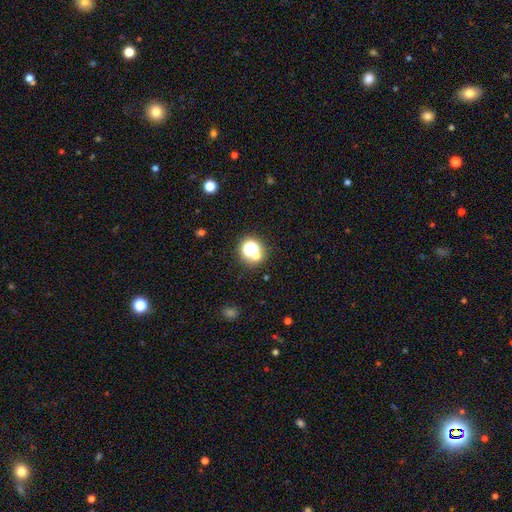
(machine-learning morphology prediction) A smooth galaxy with no disk features (46%). Merging: none (69%).